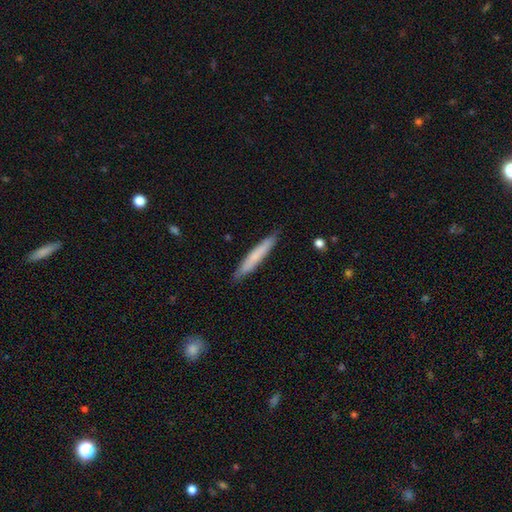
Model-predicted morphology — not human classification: Overall: smooth (68%). How rounded: cigar-shaped (95%). Merging: none (88%).